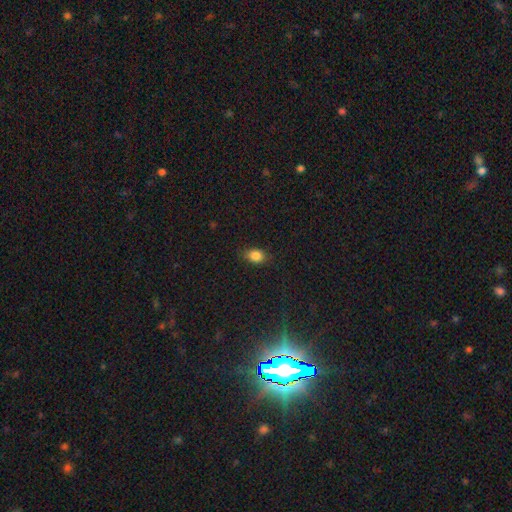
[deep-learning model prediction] This appears to be a smooth galaxy with no disk features (84%) that is in between round and cigar-shaped (64%). Merging: none (81%).